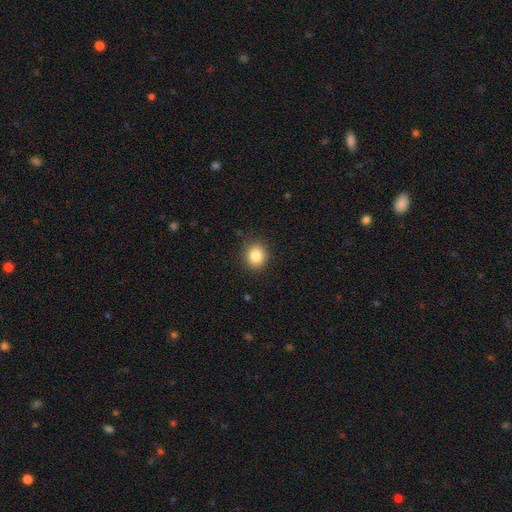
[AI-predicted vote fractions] smooth_or_featured: smooth (p=0.85) [alt: star or artifact p=0.10]
how_rounded: round (p=0.79) [alt: in between p=0.20]
merging: none (p=0.88) [alt: minor disturbance p=0.09]